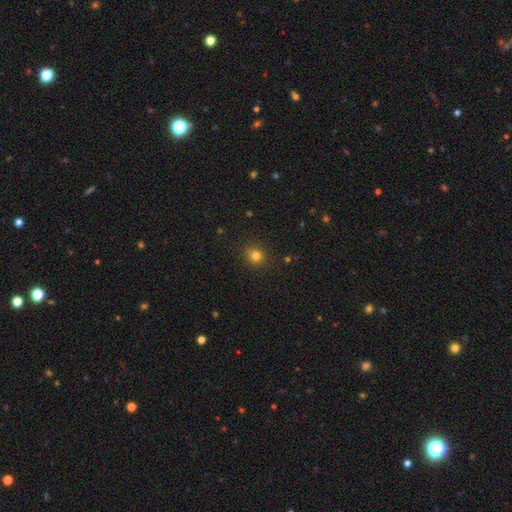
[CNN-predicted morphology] Overall: smooth (79%). How rounded: round (88%). Merging: none (87%).